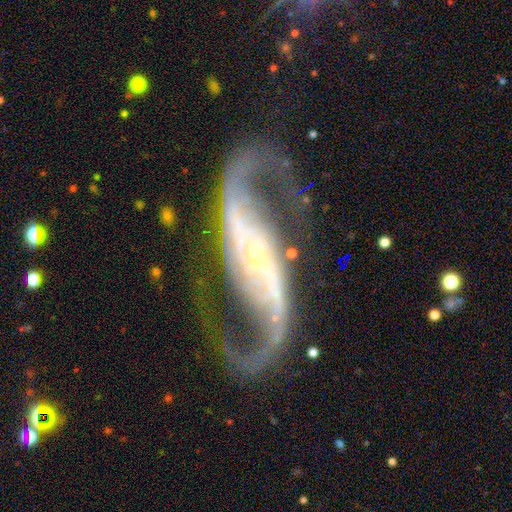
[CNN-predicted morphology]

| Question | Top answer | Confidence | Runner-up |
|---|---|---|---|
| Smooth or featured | featured or disk | 94% | star or artifact (4%) |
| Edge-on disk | no | 96% | yes (4%) |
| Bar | strong | 40% | no (31%) |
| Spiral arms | yes | 98% | no (2%) |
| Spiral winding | loose | 60% | medium (32%) |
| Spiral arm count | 2 | 95% | can't tell (1%) |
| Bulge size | small | 78% | moderate (18%) |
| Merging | none | 78% | minor disturbance (11%) |